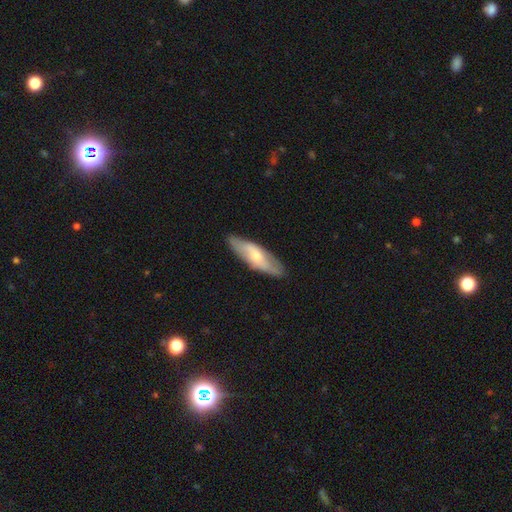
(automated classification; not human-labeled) Overall: smooth (49%; featured or disk 46%). Merging: none (82%).